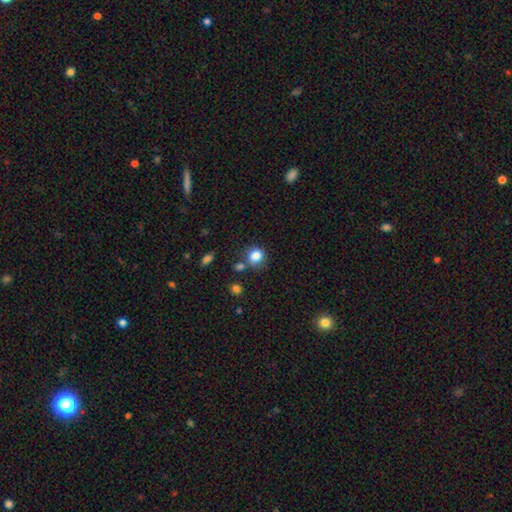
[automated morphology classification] Smooth or featured? Predicted: smooth (p=0.83). How rounded? Predicted: round (p=0.72). Merging? Predicted: none (p=0.65).